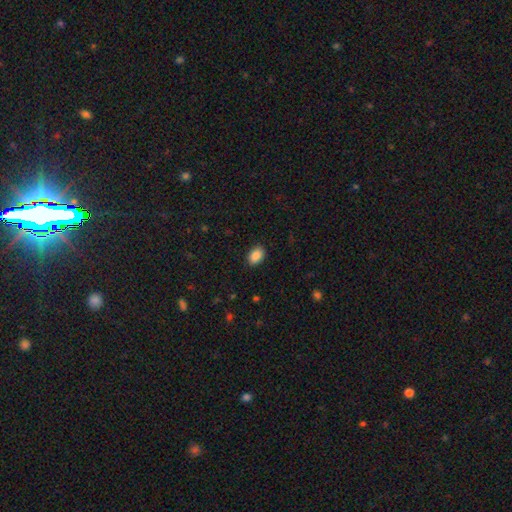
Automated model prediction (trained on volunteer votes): Smooth or featured?
  - smooth: 89% *
  - star or artifact: 8%
  - featured or disk: 4%
How rounded?
  - in between: 86% *
  - round: 13%
  - cigar-shaped: 1%
Merging?
  - none: 89% *
  - minor disturbance: 8%
  - major disturbance: 2%
  - merger: 1%